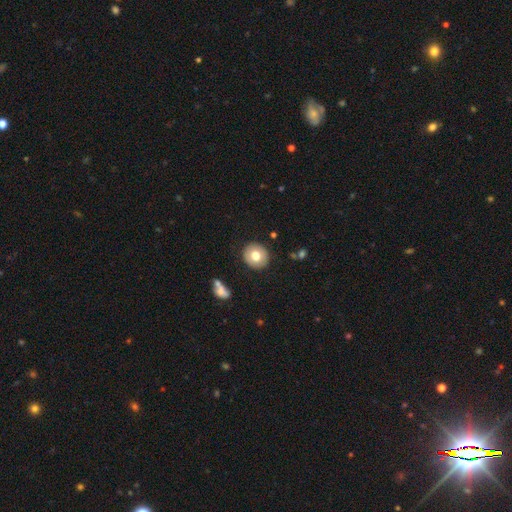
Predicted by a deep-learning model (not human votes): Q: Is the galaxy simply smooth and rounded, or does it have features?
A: smooth — 73%.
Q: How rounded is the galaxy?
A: round — 88%.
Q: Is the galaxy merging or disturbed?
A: none — 89%.